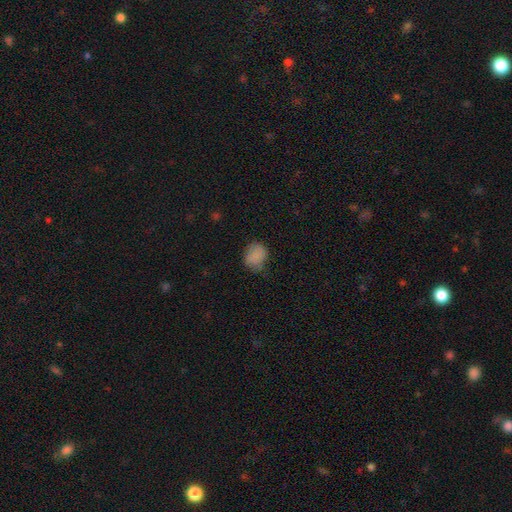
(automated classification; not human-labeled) A smooth galaxy with no disk features (83%) that is round (56%).

Vote fractions:
- Smooth or featured? smooth: 83% / star or artifact: 10% / featured or disk: 7%
- How rounded? round: 56% / in between: 43% / cigar-shaped: 1%
- Merging? none: 60% / minor disturbance: 31% / major disturbance: 7% / merger: 2%